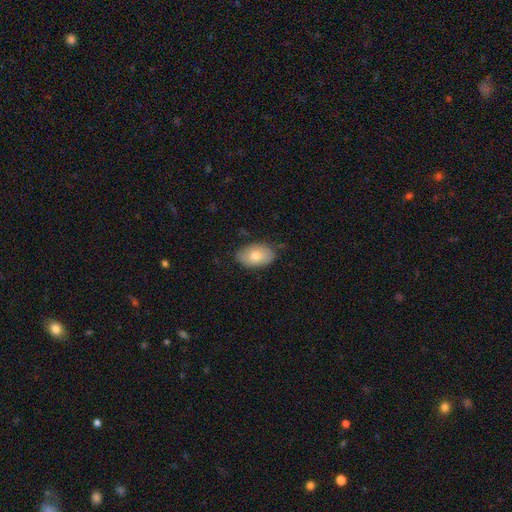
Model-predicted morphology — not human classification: Overall: smooth (72%). How rounded: in between (91%). Merging: none (78%).